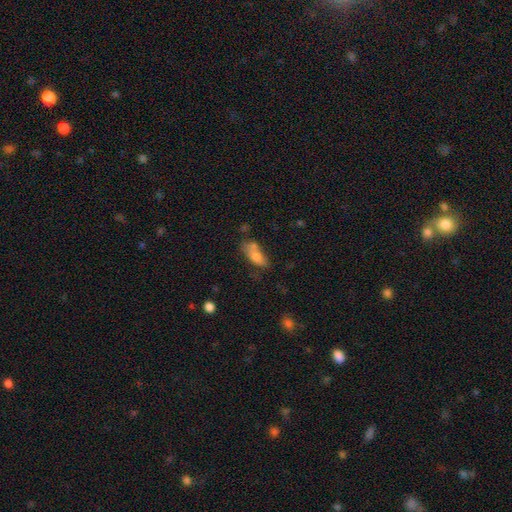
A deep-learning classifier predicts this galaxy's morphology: smooth_or_featured: smooth (p=0.73) [alt: featured or disk p=0.19]
how_rounded: in between (p=0.77) [alt: cigar-shaped p=0.19]
merging: none (p=0.42) [alt: merger p=0.25]